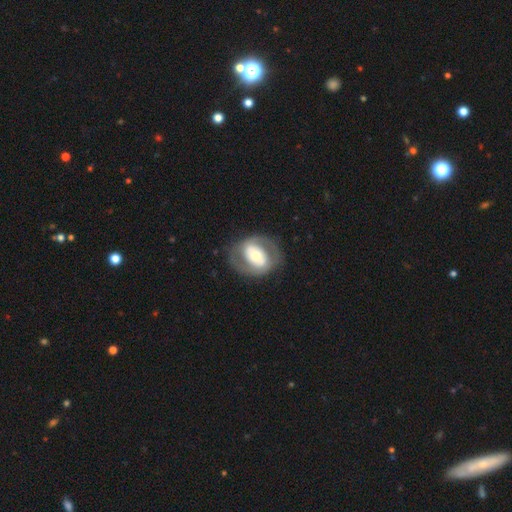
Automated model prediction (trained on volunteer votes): Overall: featured or disk (64%; smooth 31%). Edge-on disk: no (96%). Bar: no (49%; weak 26%). Spiral arms: yes (51%; no 49%). Bulge size: moderate (58%; small 19%). Merging: none (74%).